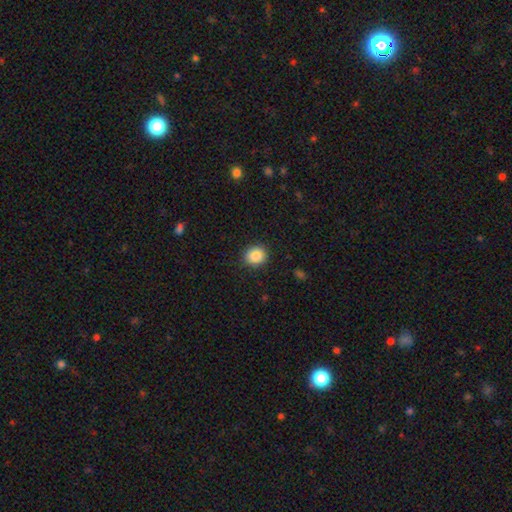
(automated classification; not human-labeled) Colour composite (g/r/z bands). It shows a smooth galaxy with no disk features (87%) that is round (80%). Merging: none (90%).